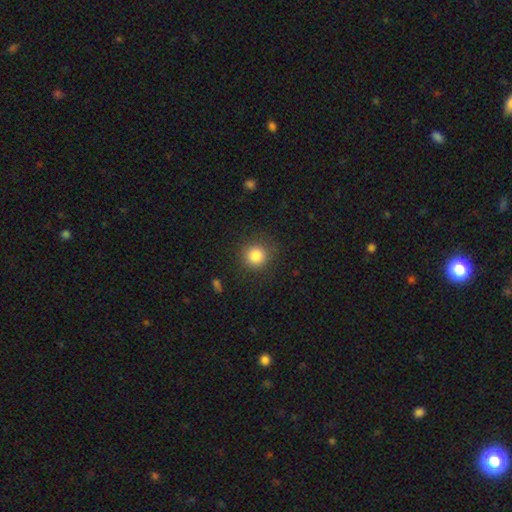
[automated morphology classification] smooth 84%, star or artifact 11%, featured or disk 5%. Down the decision tree: how rounded — round (92%); merging — none (87%).